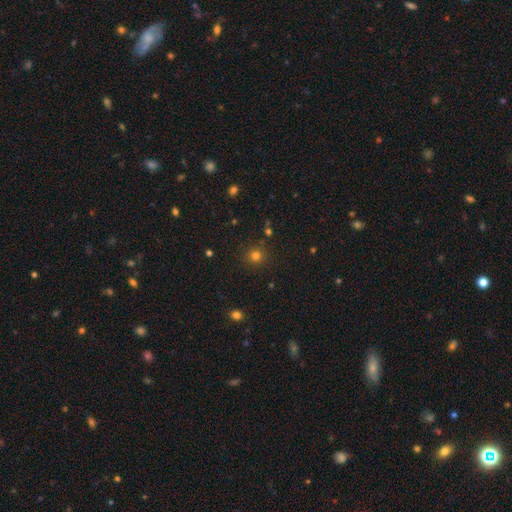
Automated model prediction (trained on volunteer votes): Smooth or featured? smooth (77%)
How rounded? round (94%)
Merging? none (89%)